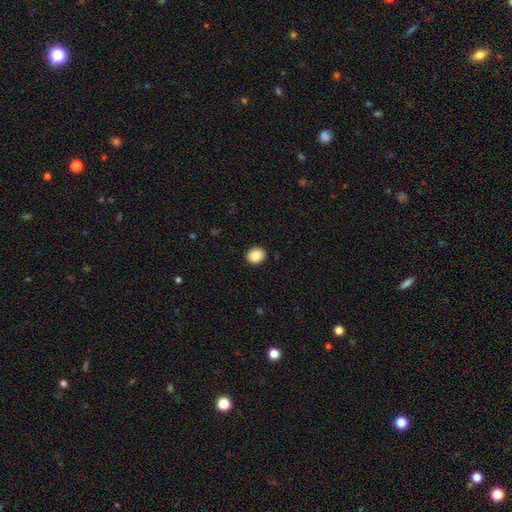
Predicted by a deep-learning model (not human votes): A smooth galaxy with no disk features (88%) that is round (67%). Merging: none (92%).